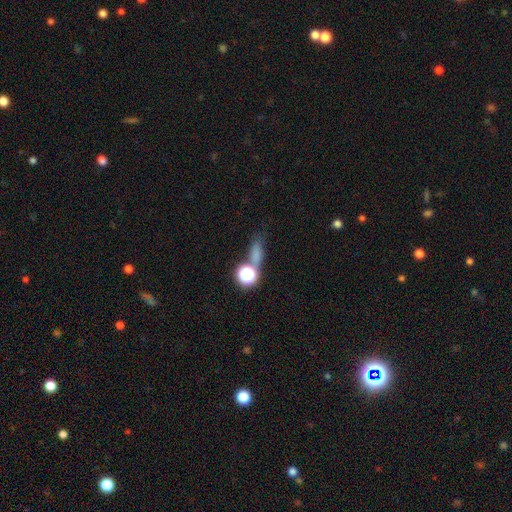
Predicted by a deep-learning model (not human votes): This is likely a smooth galaxy (64%). How rounded: marginally in between (42%). Merging: possibly none (56%).